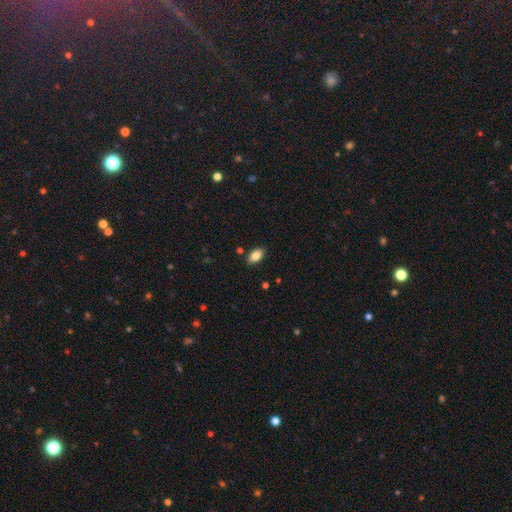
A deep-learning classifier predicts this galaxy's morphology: Smooth or featured? smooth (85%)
How rounded? in between (92%)
Merging? none (87%)